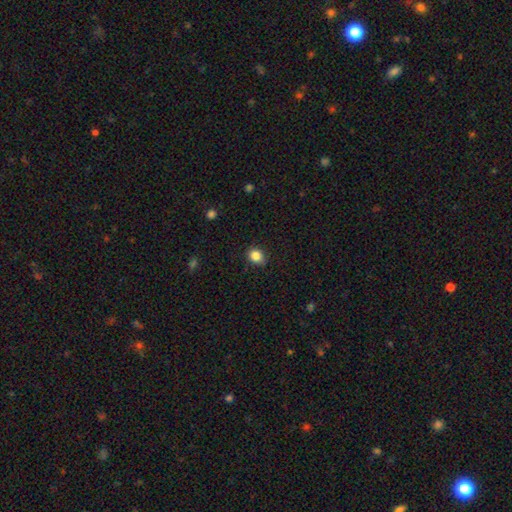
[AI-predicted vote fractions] Overall: smooth (85%). How rounded: round (56%; in between 43%). Merging: none (85%).